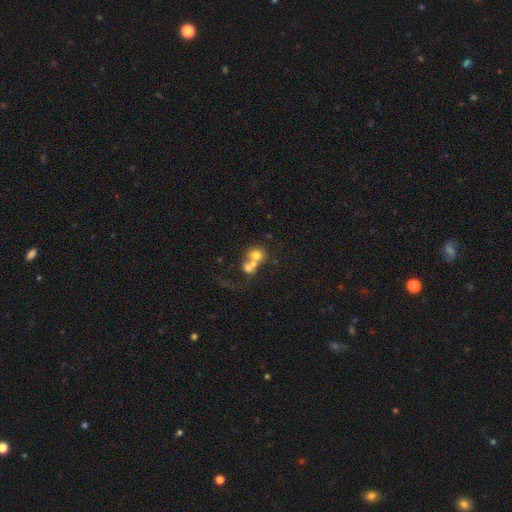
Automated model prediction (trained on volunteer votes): A smooth galaxy with no disk features (65%) that is round (75%). Merging: merger (61%).